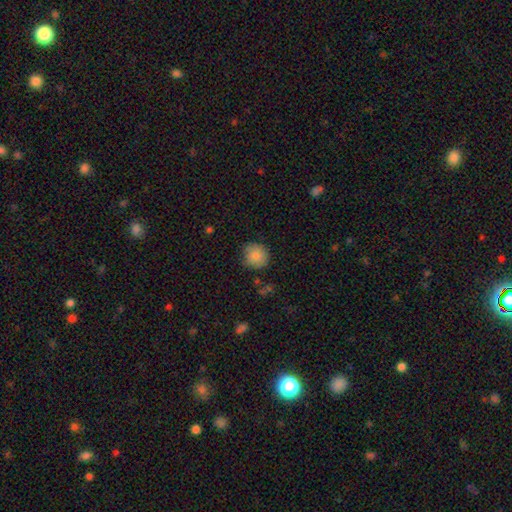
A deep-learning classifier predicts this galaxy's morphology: Smooth or featured? smooth (84%)
How rounded? round (88%)
Merging? none (77%)